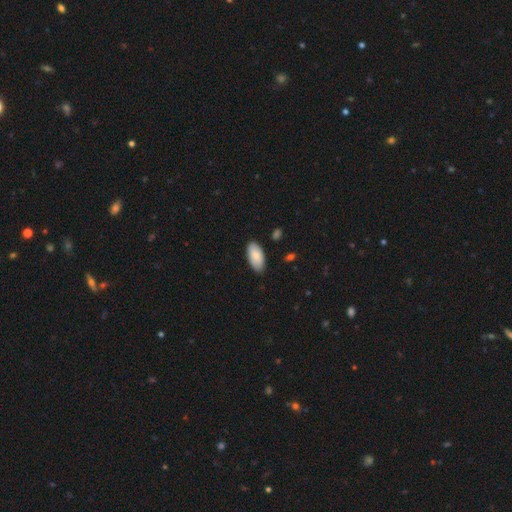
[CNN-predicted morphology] type=smooth (81%); roundness=in between (94%); merging=none (83%).